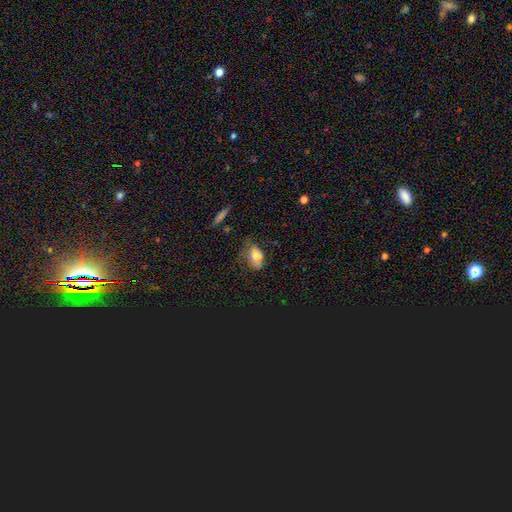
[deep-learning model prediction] The model was most divided on "merging": none: 42%, minor disturbance: 32%, major disturbance: 21%, merger: 5%. More confident: how rounded — in between (79%); smooth or featured — smooth (66%).